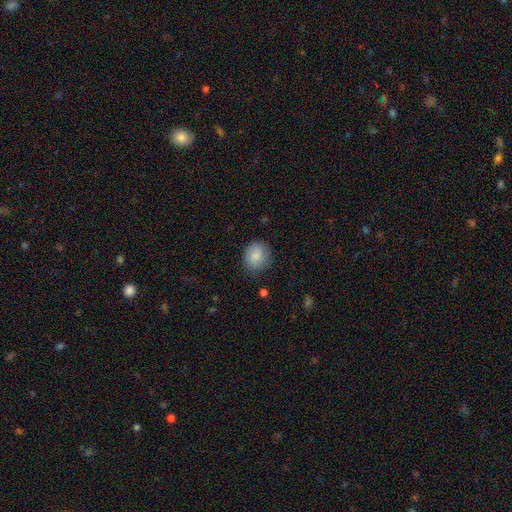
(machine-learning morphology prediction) This is clearly a smooth galaxy (83%). How rounded: likely round (71%). Merging: clearly none (81%).